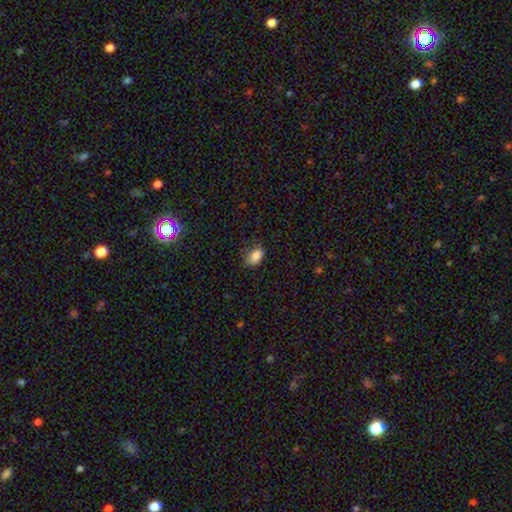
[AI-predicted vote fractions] Morphology: type=smooth (86%); roundness=in between (87%); merging=none (68%).